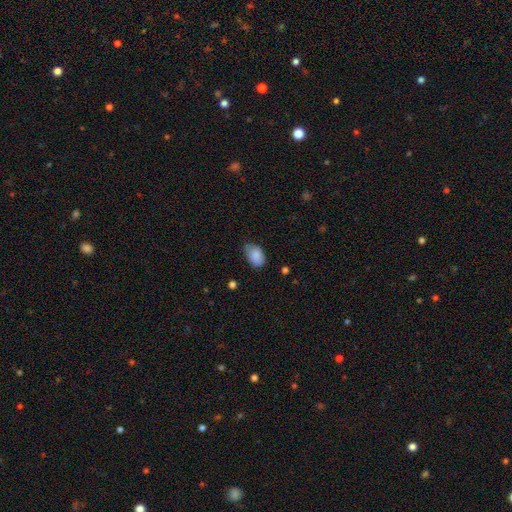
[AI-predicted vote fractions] Overall: smooth (85%). How rounded: in between (88%). Merging: none (61%; minor disturbance 31%).